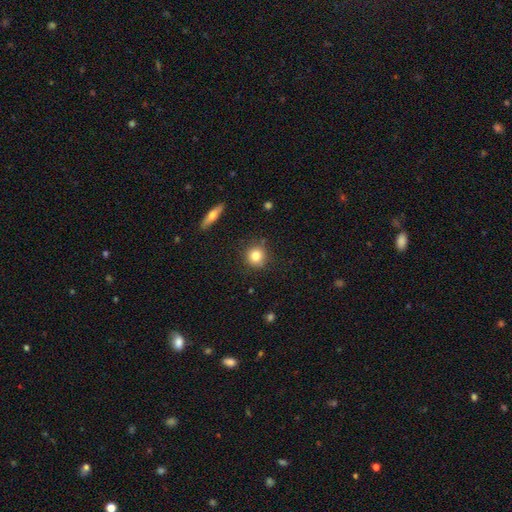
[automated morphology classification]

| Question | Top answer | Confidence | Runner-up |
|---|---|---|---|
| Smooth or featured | smooth | 81% | star or artifact (10%) |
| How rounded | round | 89% | in between (9%) |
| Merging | none | 85% | minor disturbance (11%) |